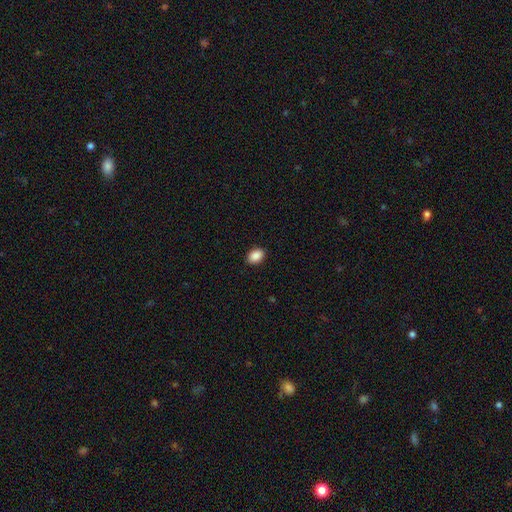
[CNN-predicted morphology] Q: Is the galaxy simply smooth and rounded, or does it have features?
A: smooth — 89%.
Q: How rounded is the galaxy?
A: in between — 82%.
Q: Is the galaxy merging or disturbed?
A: none — 89%.